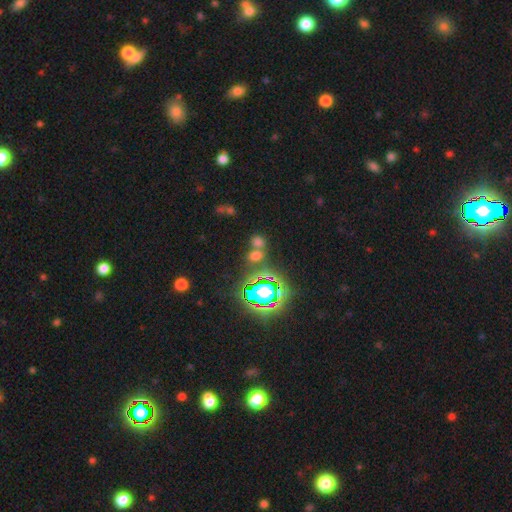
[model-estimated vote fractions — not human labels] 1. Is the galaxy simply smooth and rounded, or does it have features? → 80% star or artifact, 13% smooth, 7% featured or disk.